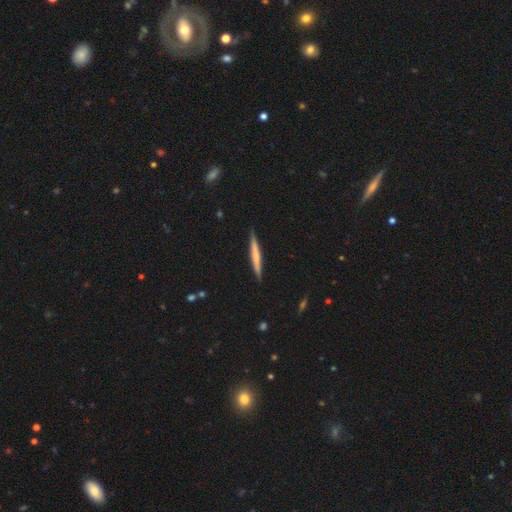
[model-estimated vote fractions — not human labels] Q: Smooth or featured?
A: smooth (51%); runner-up: featured or disk (43%)
Q: How rounded?
A: cigar-shaped (96%); runner-up: in between (3%)
Q: Merging?
A: none (90%); runner-up: minor disturbance (8%)